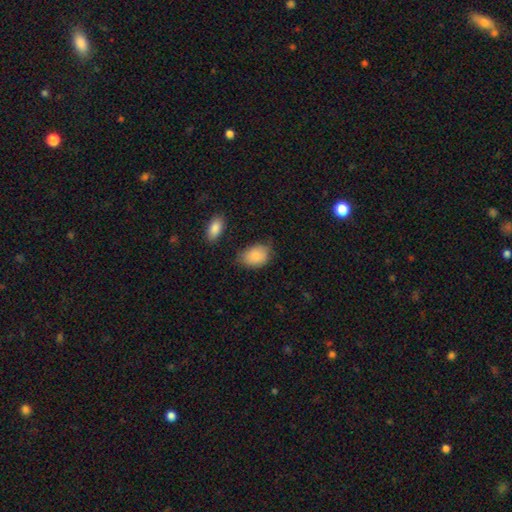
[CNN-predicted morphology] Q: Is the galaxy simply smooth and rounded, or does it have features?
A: smooth — 87%.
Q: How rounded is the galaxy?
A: in between — 82%.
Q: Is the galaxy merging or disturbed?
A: none — 62%.